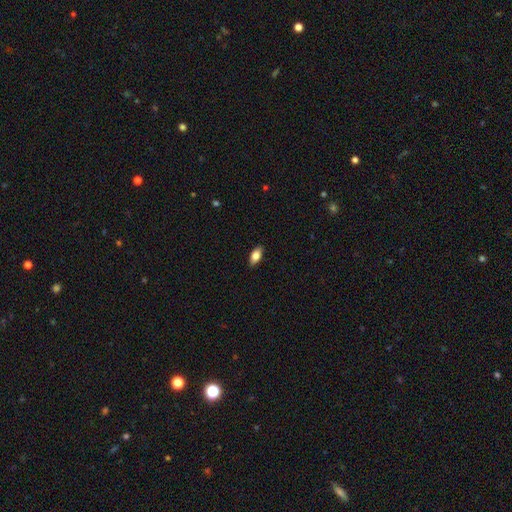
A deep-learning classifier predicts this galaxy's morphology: Smooth or featured? smooth (80%)
How rounded? in between (89%)
Merging? none (88%)